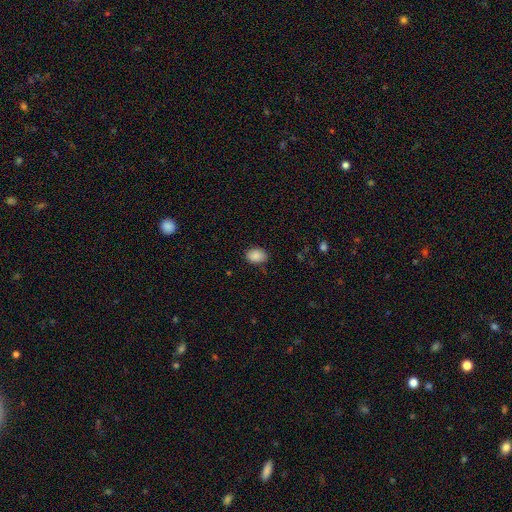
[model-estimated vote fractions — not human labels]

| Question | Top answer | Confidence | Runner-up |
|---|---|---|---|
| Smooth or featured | smooth | 88% | star or artifact (8%) |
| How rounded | in between | 74% | round (25%) |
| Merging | none | 82% | minor disturbance (14%) |